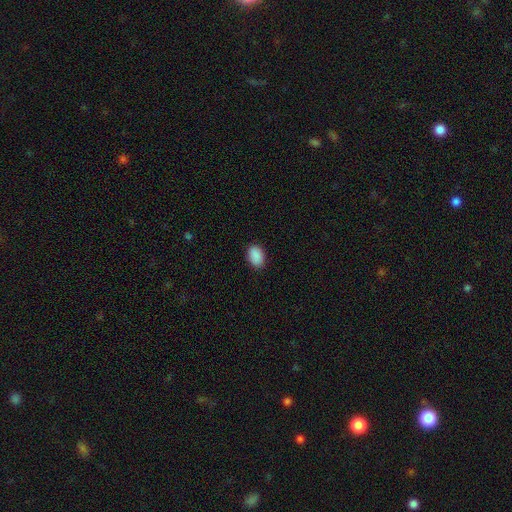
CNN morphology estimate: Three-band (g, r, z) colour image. It shows a smooth galaxy with no disk features (90%) that is in between round and cigar-shaped (83%). Merging: none (86%).